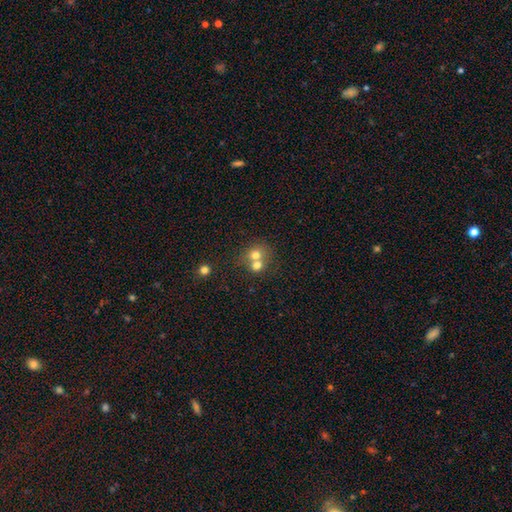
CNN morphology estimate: smooth-or-featured: smooth: 70% | featured or disk: 17% | star or artifact: 12%
  how-rounded: round: 78% | in between: 21% | cigar-shaped: 1%
  merging: merger: 60% | none: 32% | minor disturbance: 5% | major disturbance: 3%